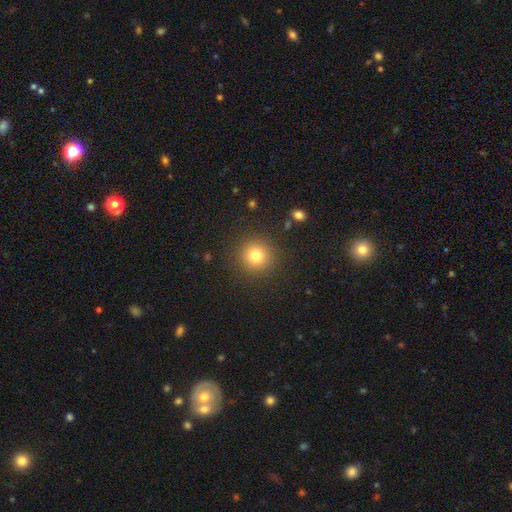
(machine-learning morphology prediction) smooth_or_featured: smooth (p=0.79) [alt: star or artifact p=0.14]
how_rounded: round (p=0.94) [alt: in between p=0.05]
merging: none (p=0.90) [alt: minor disturbance p=0.06]